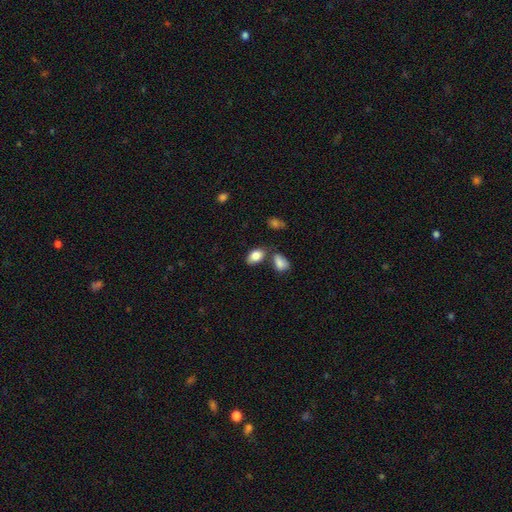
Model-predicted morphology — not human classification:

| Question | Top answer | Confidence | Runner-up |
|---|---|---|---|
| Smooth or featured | smooth | 83% | featured or disk (9%) |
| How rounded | in between | 91% | round (7%) |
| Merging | none | 65% | minor disturbance (16%) |